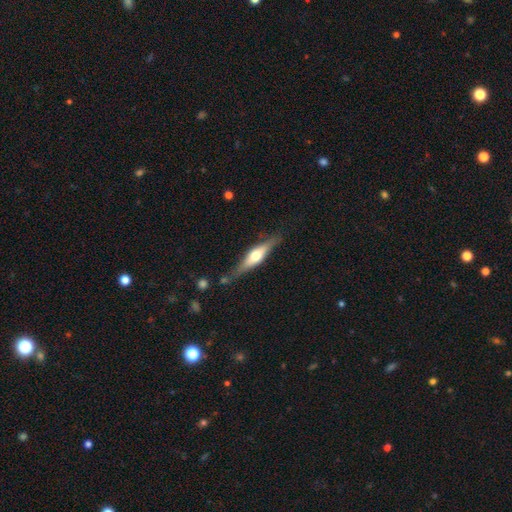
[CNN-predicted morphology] A featured or disk galaxy (61%) viewed edge-on (93%) with a rounded central bulge (88%). Merging: none (77%).